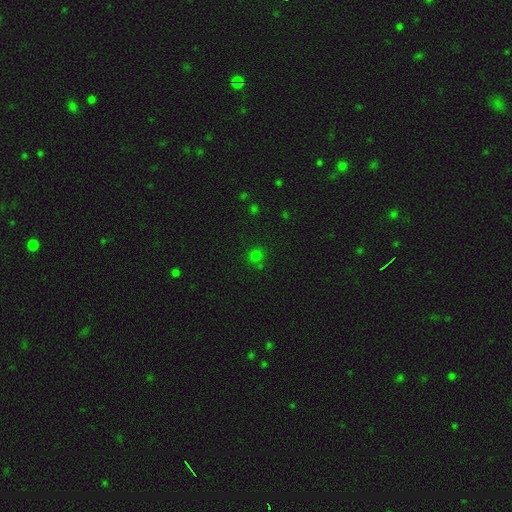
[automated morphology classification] A smooth galaxy with no disk features (71%) that is round (89%).

Vote fractions:
- Smooth or featured? smooth: 71% / star or artifact: 24% / featured or disk: 5%
- How rounded? round: 89% / in between: 10% / cigar-shaped: 1%
- Merging? none: 79% / minor disturbance: 11% / merger: 6% / major disturbance: 4%